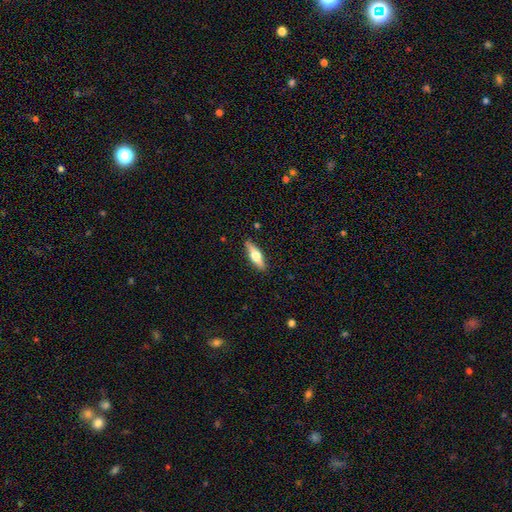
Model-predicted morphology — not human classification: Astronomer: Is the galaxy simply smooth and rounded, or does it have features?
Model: featured or disk — 53% (runner-up: smooth, 41%).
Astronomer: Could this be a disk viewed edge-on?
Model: yes — 93%.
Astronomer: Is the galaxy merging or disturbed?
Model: none — 88%.